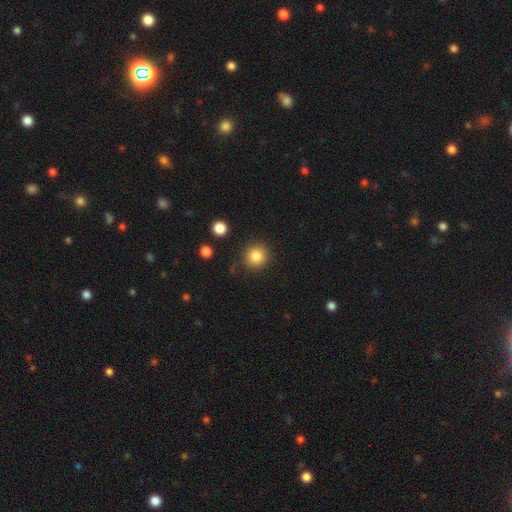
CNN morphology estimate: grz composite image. It shows a smooth galaxy with no disk features (84%) that is round (92%). Merging: none (87%).